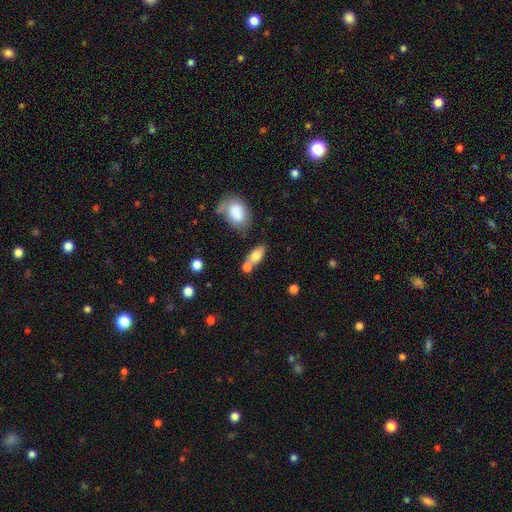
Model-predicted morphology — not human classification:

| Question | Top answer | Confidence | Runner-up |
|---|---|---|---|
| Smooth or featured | smooth | 75% | featured or disk (16%) |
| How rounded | in between | 81% | round (11%) |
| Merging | none | 44% | merger (39%) |